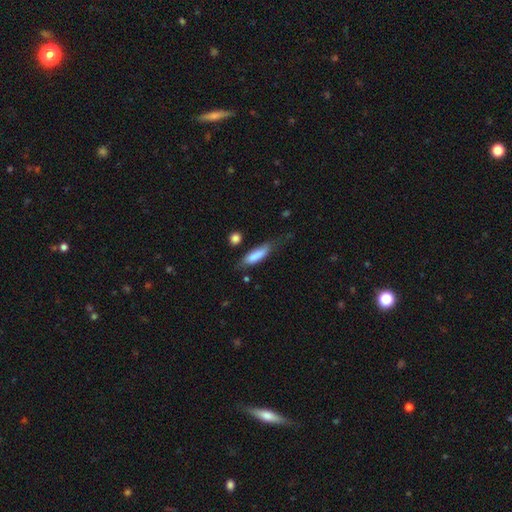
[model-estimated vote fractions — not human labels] Smooth or featured?
  - smooth: 80% *
  - featured or disk: 14%
  - star or artifact: 6%
How rounded?
  - cigar-shaped: 56% *
  - in between: 42%
  - round: 2%
Merging?
  - none: 56% *
  - minor disturbance: 28%
  - major disturbance: 11%
  - merger: 5%